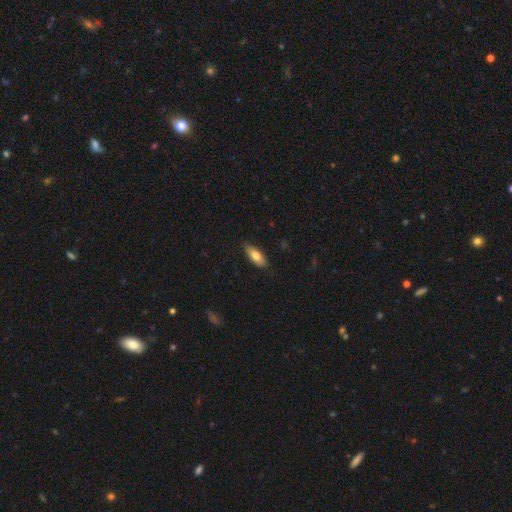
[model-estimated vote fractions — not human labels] Morphology: type=smooth (74%); roundness=in between (77%); merging=none (83%).